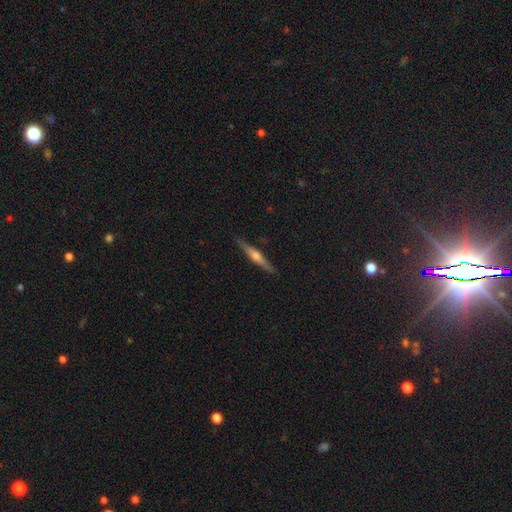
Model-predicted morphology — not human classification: Smooth or featured?
  - featured or disk: 69% *
  - smooth: 25%
  - star or artifact: 6%
Edge-on disk?
  - yes: 97% *
  - no: 3%
Edge-on bulge?
  - rounded: 82% *
  - boxy: 10%
  - none: 8%
Merging?
  - none: 90% *
  - minor disturbance: 8%
  - major disturbance: 2%
  - merger: 1%